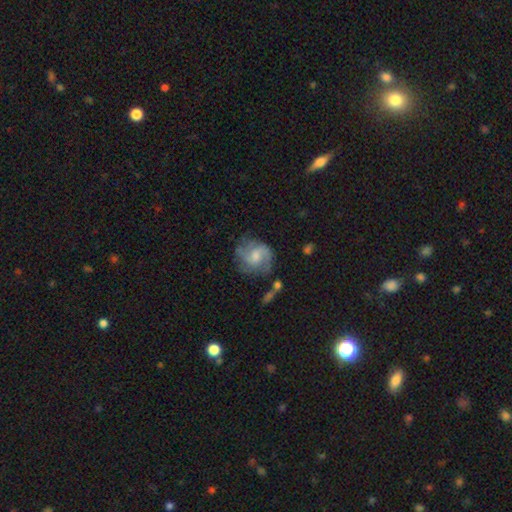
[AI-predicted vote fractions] featured or disk 75%, smooth 18%, star or artifact 7%. Down the decision tree: edge-on disk — no (98%); bar — no (51%); spiral arms — yes (92%); spiral arm count — 2 (50%); spiral winding — medium (48%); bulge size — moderate (46%); merging — none (61%).